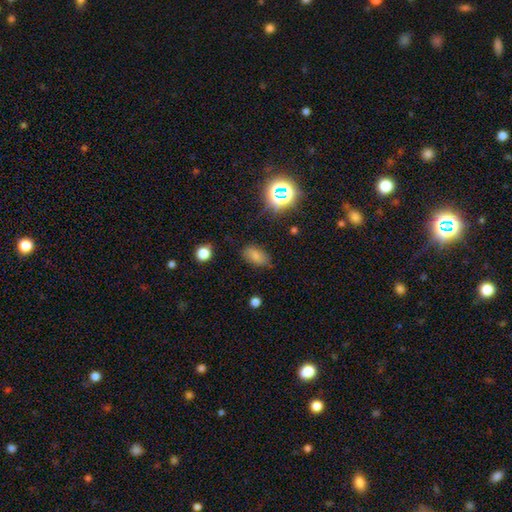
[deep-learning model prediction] The model was most divided on "smooth or featured": smooth: 74%, star or artifact: 16%, featured or disk: 10%. More confident: how rounded — in between (91%); merging — none (77%).